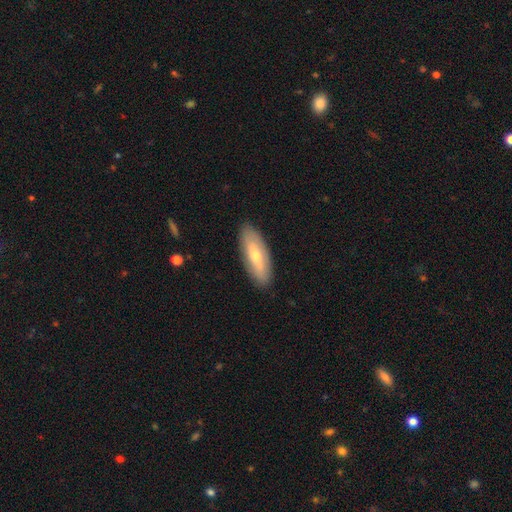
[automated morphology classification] smooth_or_featured: smooth (p=0.55) [alt: featured or disk p=0.39]
how_rounded: in between (p=0.67) [alt: cigar-shaped p=0.30]
merging: none (p=0.87) [alt: minor disturbance p=0.09]